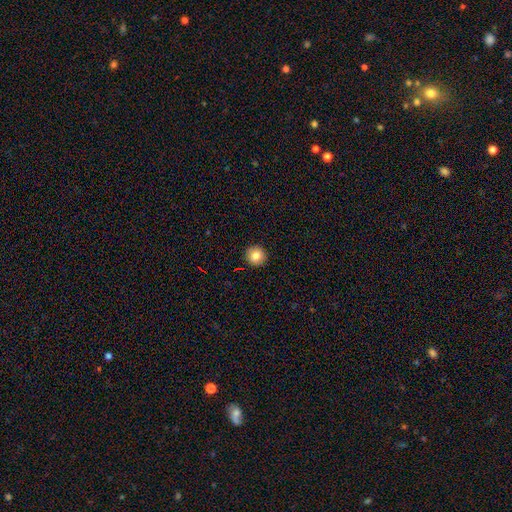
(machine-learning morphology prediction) smooth-or-featured: smooth: 84% | star or artifact: 9% | featured or disk: 7%
  how-rounded: round: 94% | in between: 5% | cigar-shaped: 1%
  merging: none: 92% | minor disturbance: 5% | major disturbance: 2% | merger: 1%